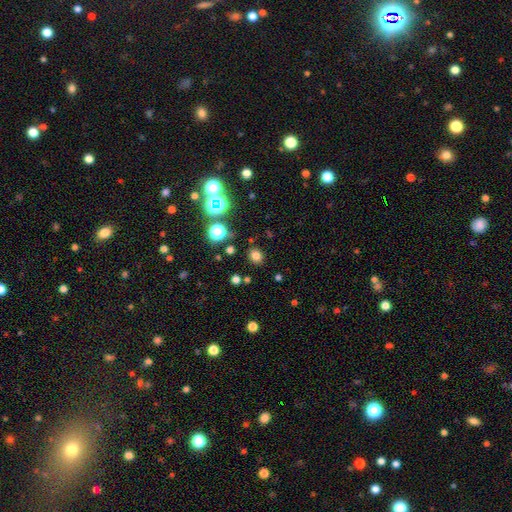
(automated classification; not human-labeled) This is likely a smooth galaxy (74%). How rounded: likely round (77%). Merging: clearly none (86%).